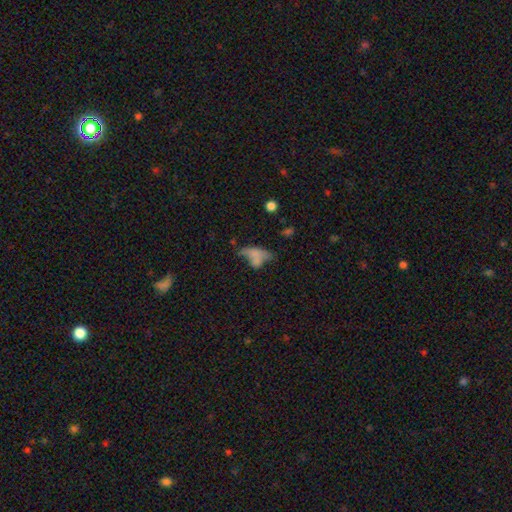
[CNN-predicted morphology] A smooth galaxy with no disk features (61%) that is in between round and cigar-shaped (72%).

Vote fractions:
- Smooth or featured? smooth: 61% / featured or disk: 25% / star or artifact: 14%
- How rounded? in between: 72% / cigar-shaped: 19% / round: 10%
- Merging? merger: 30% / none: 29% / major disturbance: 22% / minor disturbance: 19%